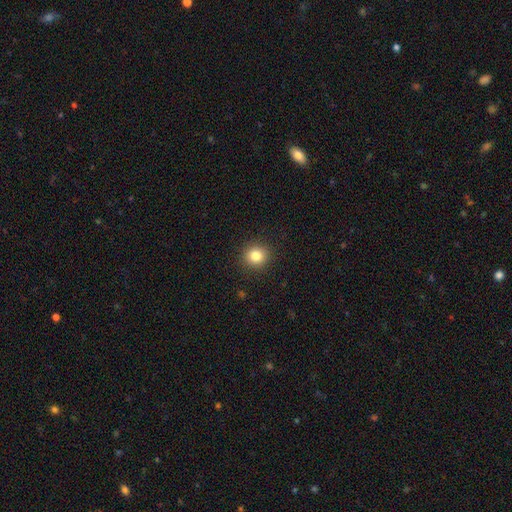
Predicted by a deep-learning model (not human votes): Overall: smooth (82%). How rounded: round (90%). Merging: none (91%).